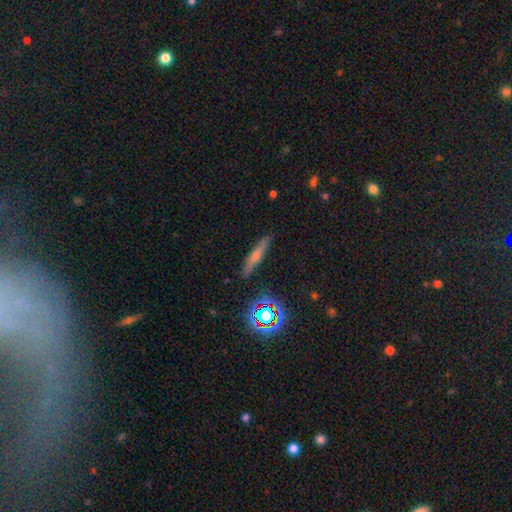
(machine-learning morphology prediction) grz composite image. It shows a featured or disk galaxy (47%). Merging: none (88%).